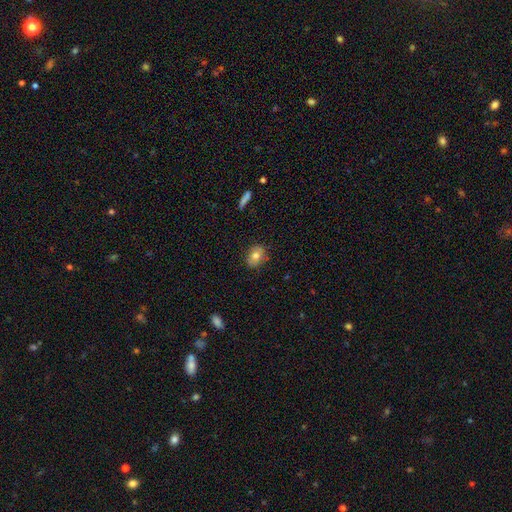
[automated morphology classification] Overall: smooth (73%). How rounded: in between (57%; round 41%). Merging: none (83%).